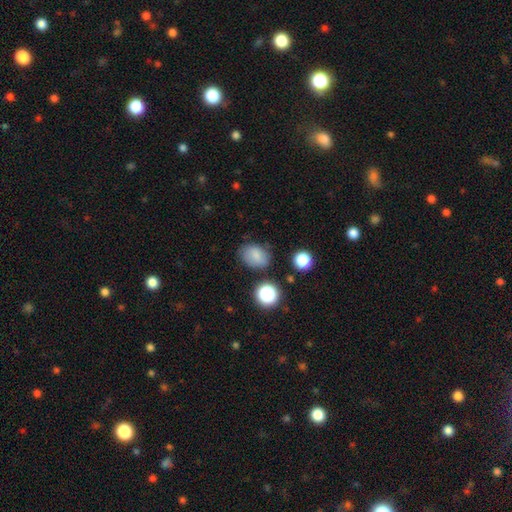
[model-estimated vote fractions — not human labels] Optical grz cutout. It shows a smooth galaxy with no disk features (78%) that is in between round and cigar-shaped (66%). Merging: none (71%).